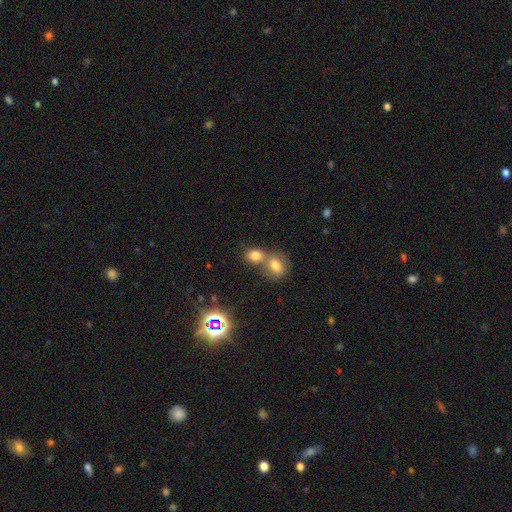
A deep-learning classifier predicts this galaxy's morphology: A smooth galaxy with no disk features (77%) that is round (49%, tied with in between).

Vote fractions:
- Smooth or featured? smooth: 77% / star or artifact: 13% / featured or disk: 10%
- How rounded? round: 49% (tied) / in between: 49% (tied) / cigar-shaped: 2%
- Merging? merger: 53% / none: 36% / minor disturbance: 8% / major disturbance: 3%